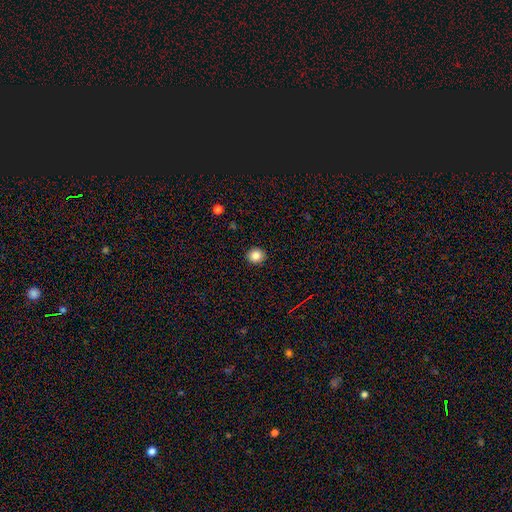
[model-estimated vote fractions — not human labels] smooth 86%, star or artifact 10%, featured or disk 4%. Down the decision tree: how rounded — round (87%); merging — none (92%).